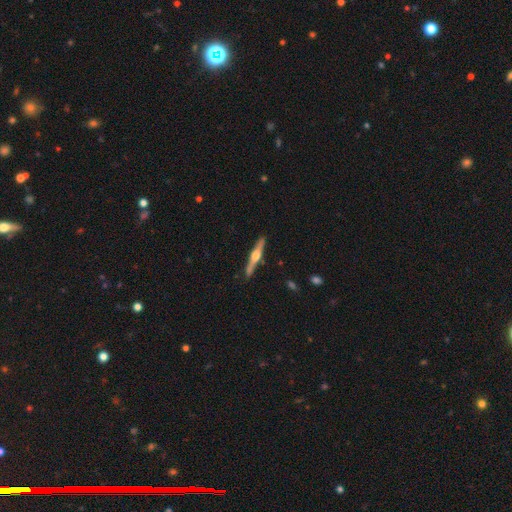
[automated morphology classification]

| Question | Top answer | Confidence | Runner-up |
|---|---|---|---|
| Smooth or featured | featured or disk | 75% | smooth (20%) |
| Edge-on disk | yes | 98% | no (2%) |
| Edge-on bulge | rounded | 93% | boxy (5%) |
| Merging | none | 89% | minor disturbance (8%) |